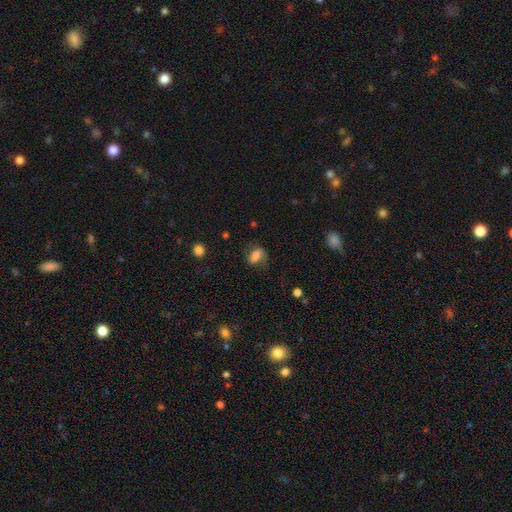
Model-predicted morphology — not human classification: Q: Smooth or featured?
A: smooth (64%); runner-up: featured or disk (26%)
Q: How rounded?
A: in between (77%); runner-up: round (21%)
Q: Merging?
A: none (54%); runner-up: minor disturbance (25%)